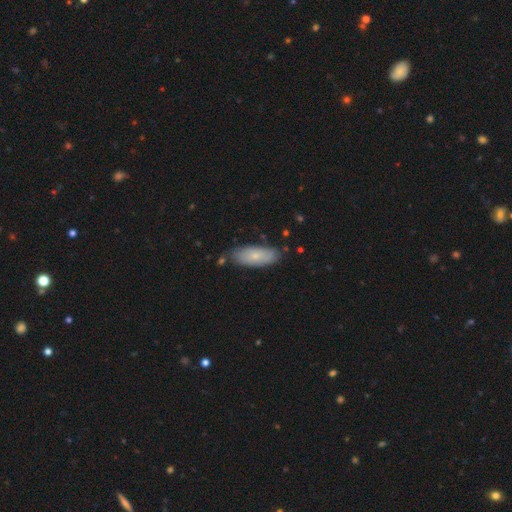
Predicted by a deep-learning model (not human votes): Smooth or featured? Predicted: smooth (p=0.68). How rounded? Predicted: in between (p=0.77). Merging? Predicted: none (p=0.76).